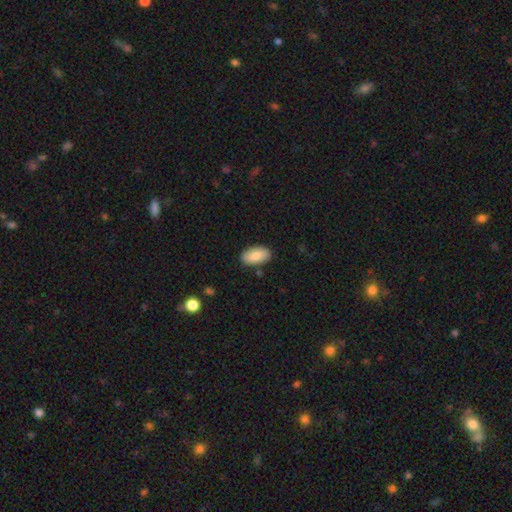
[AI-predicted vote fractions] Smooth or featured: smooth — 83% (featured or disk — 11%)
How rounded: in between — 95% (round — 3%)
Merging: none — 87% (minor disturbance — 9%)